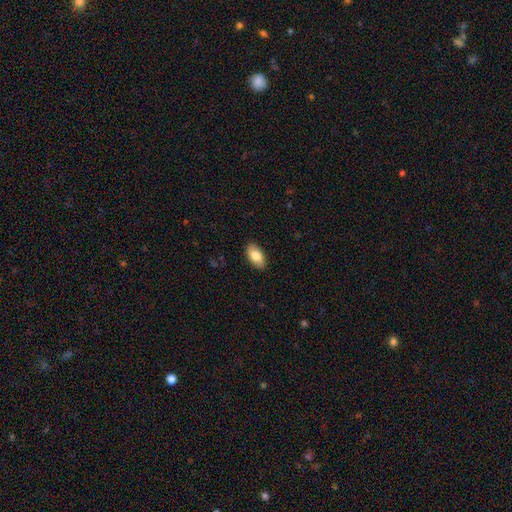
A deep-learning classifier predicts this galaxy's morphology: The model was most divided on "smooth or featured": smooth: 79%, featured or disk: 15%, star or artifact: 6%. More confident: how rounded — in between (93%); merging — none (88%).